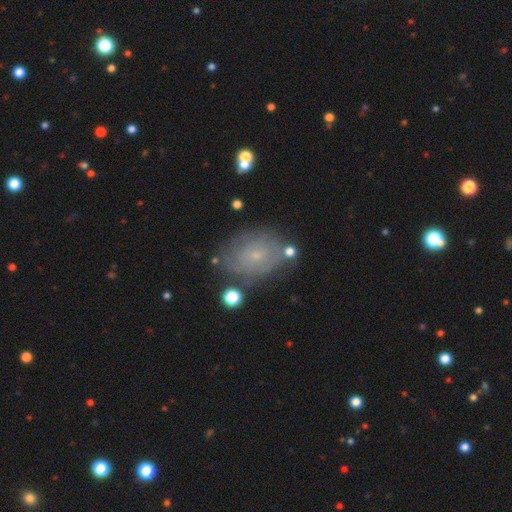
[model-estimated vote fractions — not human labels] Smooth or featured: featured or disk — 49% (smooth — 36%)
Merging: none — 74% (minor disturbance — 16%)